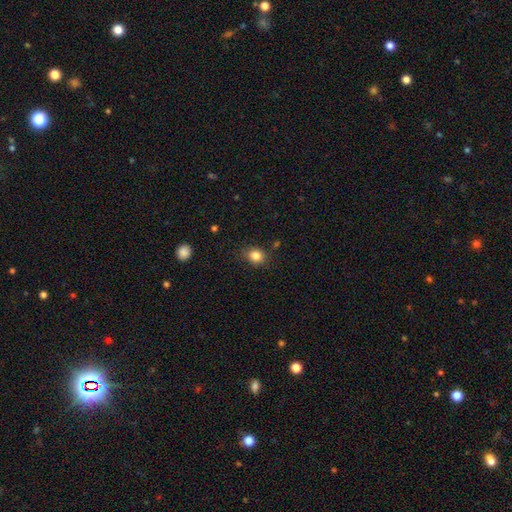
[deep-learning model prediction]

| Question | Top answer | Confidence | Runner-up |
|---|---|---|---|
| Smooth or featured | smooth | 84% | star or artifact (11%) |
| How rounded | round | 66% | in between (33%) |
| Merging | none | 82% | minor disturbance (13%) |